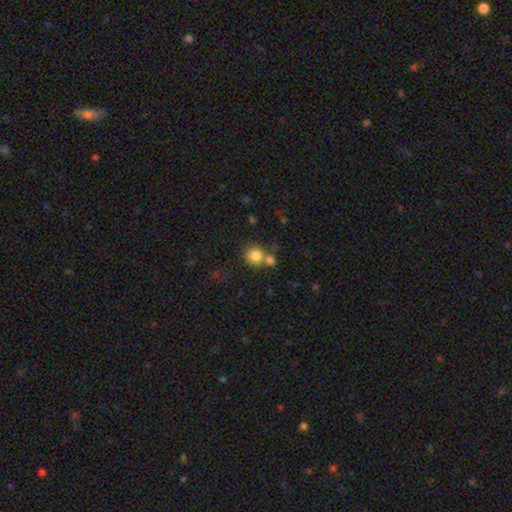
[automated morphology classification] Smooth or featured? smooth (82%)
How rounded? round (81%)
Merging? none (50%)